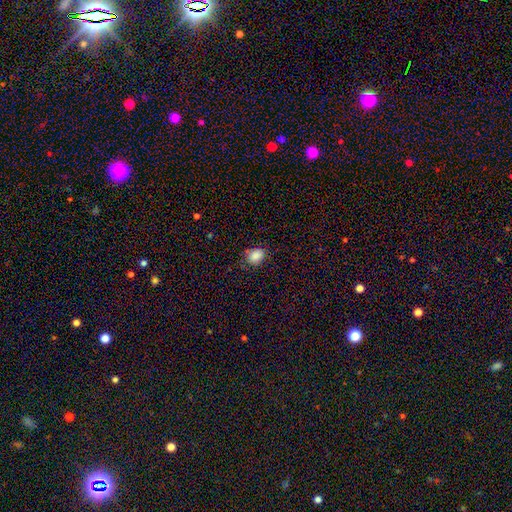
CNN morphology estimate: smooth 87%, star or artifact 9%, featured or disk 4%. Down the decision tree: how rounded — in between (66%); merging — none (79%).